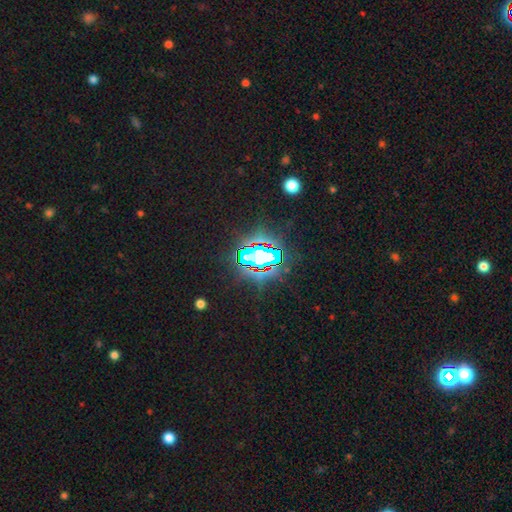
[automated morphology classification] This is clearly a star or artifact rather than a galaxy (85%).